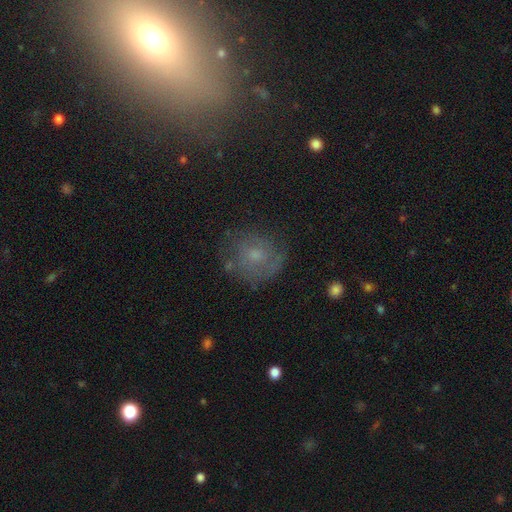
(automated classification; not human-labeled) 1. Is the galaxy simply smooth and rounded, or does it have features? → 43% smooth, 38% featured or disk, 19% star or artifact.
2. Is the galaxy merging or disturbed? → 67% none, 20% minor disturbance, 11% major disturbance, 2% merger.